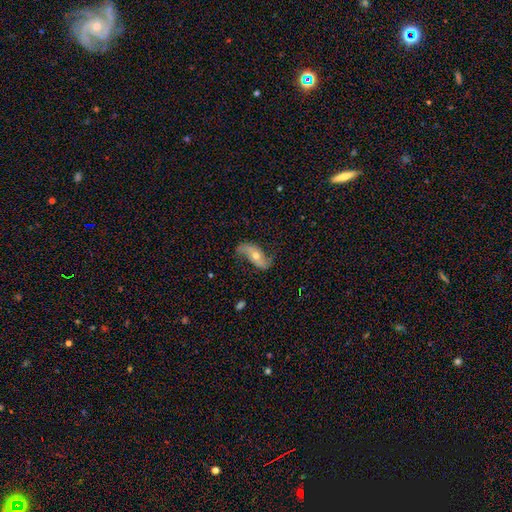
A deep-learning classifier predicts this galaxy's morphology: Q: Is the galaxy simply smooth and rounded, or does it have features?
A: featured or disk — 79%.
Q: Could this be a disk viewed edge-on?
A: no — 92%.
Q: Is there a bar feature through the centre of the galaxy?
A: no — 56%.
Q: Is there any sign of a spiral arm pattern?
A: yes — 92%.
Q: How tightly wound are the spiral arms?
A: loose — 83%.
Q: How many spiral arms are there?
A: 2 — 92%.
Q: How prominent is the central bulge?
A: moderate — 61%.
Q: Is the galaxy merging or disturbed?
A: none — 71%.